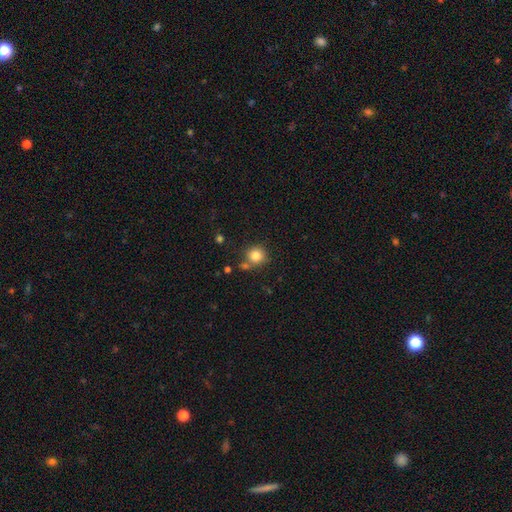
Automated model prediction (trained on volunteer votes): Morphology: type=smooth (83%); roundness=round (90%); merging=none (71%).